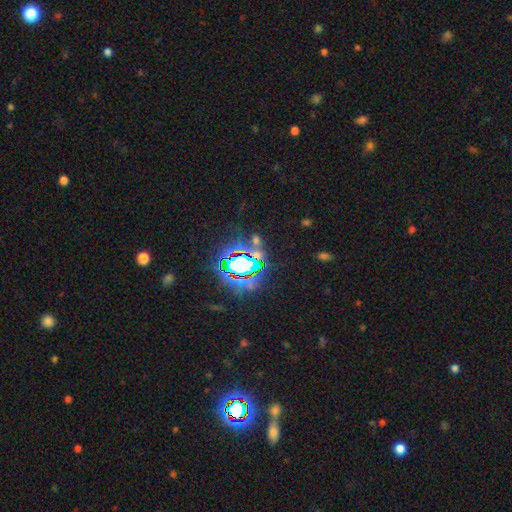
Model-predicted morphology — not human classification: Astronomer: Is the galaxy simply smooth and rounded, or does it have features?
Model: star or artifact — 75%.